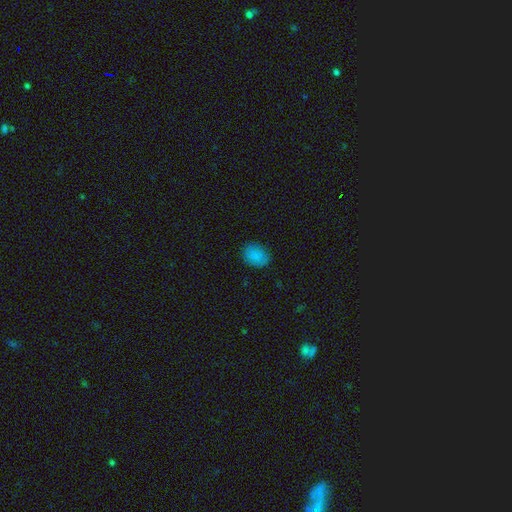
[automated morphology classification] Q: Smooth or featured?
A: smooth (86%); runner-up: star or artifact (10%)
Q: How rounded?
A: in between (64%); runner-up: round (35%)
Q: Merging?
A: none (85%); runner-up: minor disturbance (12%)